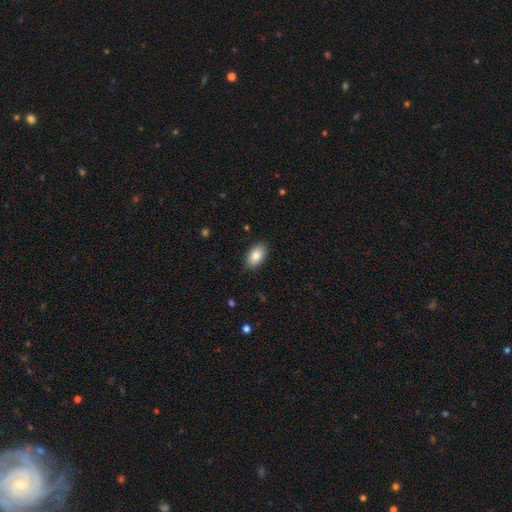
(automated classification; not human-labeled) A smooth galaxy with no disk features (84%) that is in between round and cigar-shaped (93%). Merging: none (86%).